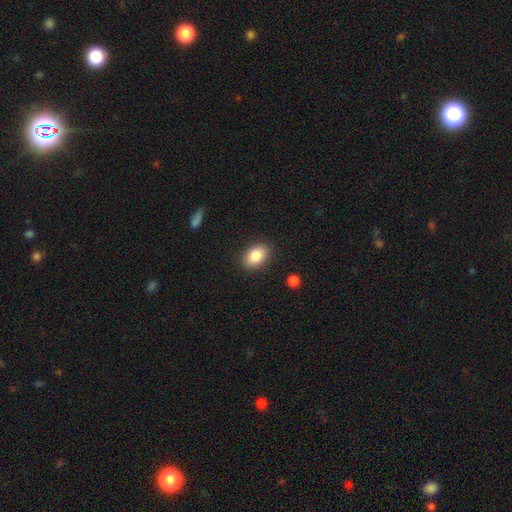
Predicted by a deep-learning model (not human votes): smooth-or-featured: smooth: 85% | star or artifact: 8% | featured or disk: 7%
  how-rounded: in between: 83% | round: 16% | cigar-shaped: 1%
  merging: none: 88% | minor disturbance: 9% | major disturbance: 2% | merger: 1%